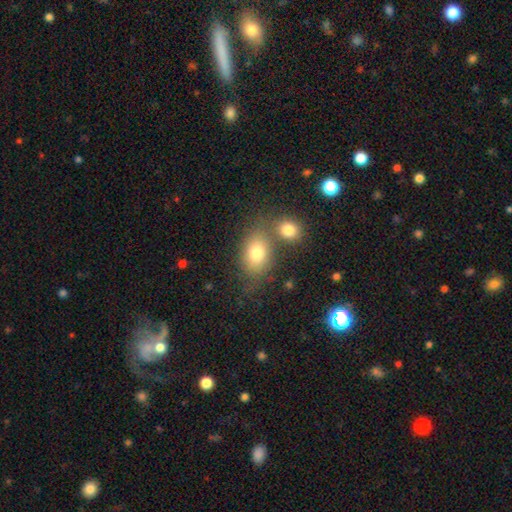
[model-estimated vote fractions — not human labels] Smooth or featured: smooth — 78% (featured or disk — 12%)
How rounded: in between — 75% (round — 24%)
Merging: none — 49% (merger — 33%)